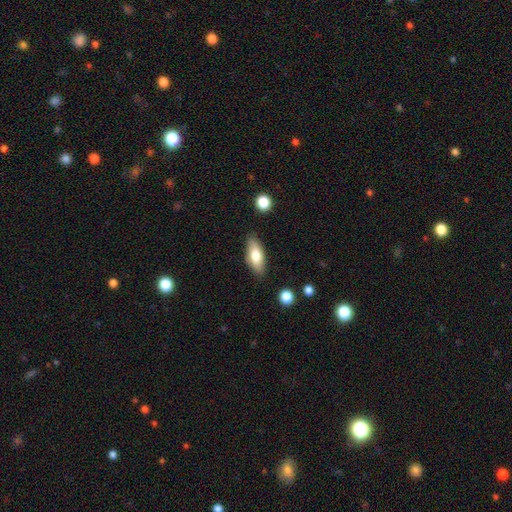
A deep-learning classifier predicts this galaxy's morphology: Smooth or featured? Predicted: smooth (p=0.75). How rounded? Predicted: in between (p=0.80). Merging? Predicted: none (p=0.84).